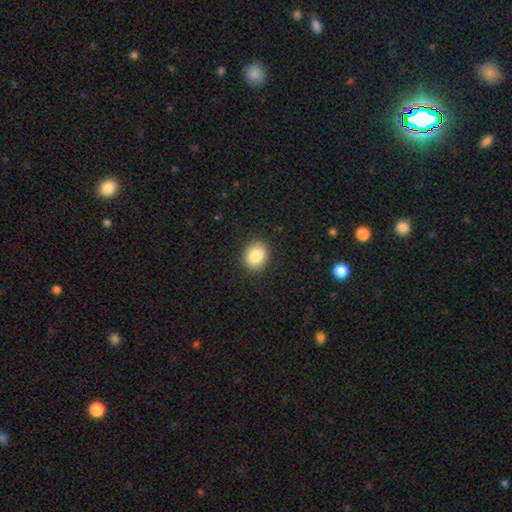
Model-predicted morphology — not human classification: Smooth or featured?
  - smooth: 87% *
  - star or artifact: 8%
  - featured or disk: 5%
How rounded?
  - round: 53% *
  - in between: 46%
  - cigar-shaped: 1%
Merging?
  - none: 89% *
  - minor disturbance: 8%
  - major disturbance: 2%
  - merger: 1%